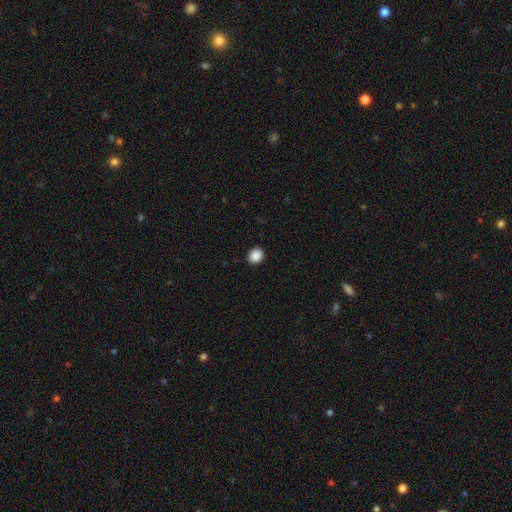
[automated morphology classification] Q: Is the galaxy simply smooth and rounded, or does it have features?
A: smooth — 89%.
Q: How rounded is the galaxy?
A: round — 68%.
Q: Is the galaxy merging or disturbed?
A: none — 91%.